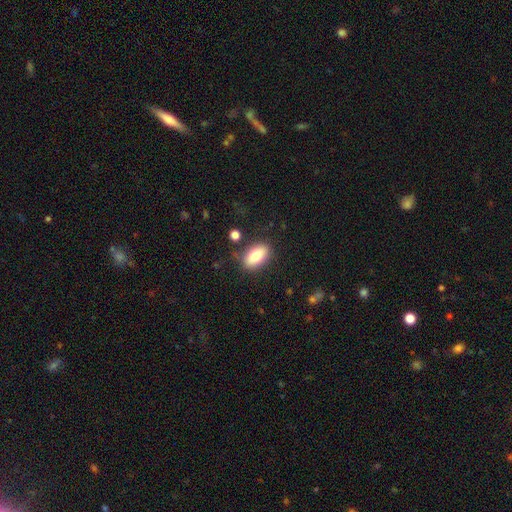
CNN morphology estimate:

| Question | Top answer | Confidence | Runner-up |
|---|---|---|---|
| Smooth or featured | smooth | 77% | featured or disk (16%) |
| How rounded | in between | 89% | round (7%) |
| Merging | none | 82% | minor disturbance (12%) |